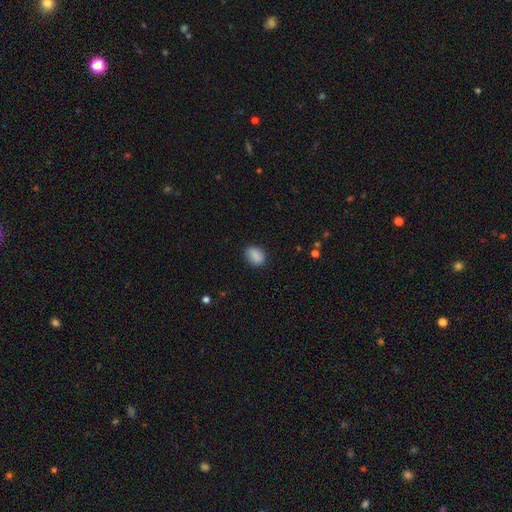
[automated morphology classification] smooth 86%, star or artifact 8%, featured or disk 7%. Down the decision tree: how rounded — in between (71%); merging — none (83%).